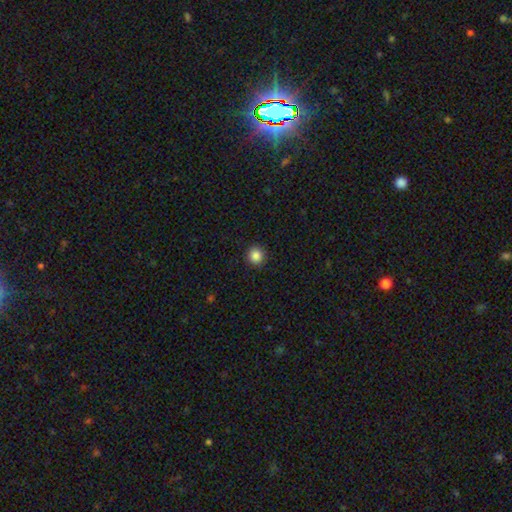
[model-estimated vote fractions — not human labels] Smooth or featured: smooth — 86% (star or artifact — 11%)
How rounded: round — 93% (in between — 6%)
Merging: none — 92% (minor disturbance — 5%)